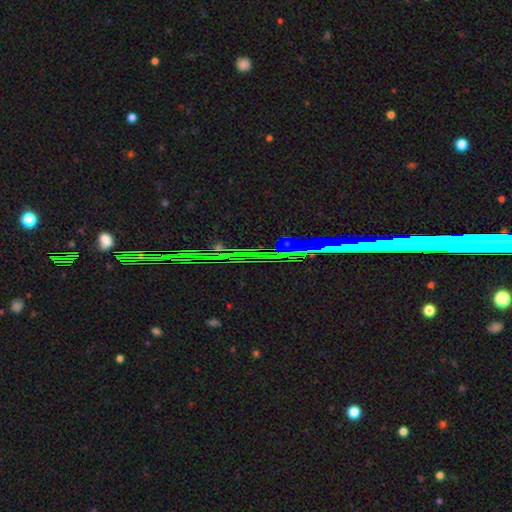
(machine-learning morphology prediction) star or artifact 70%, featured or disk 20%, smooth 10%.